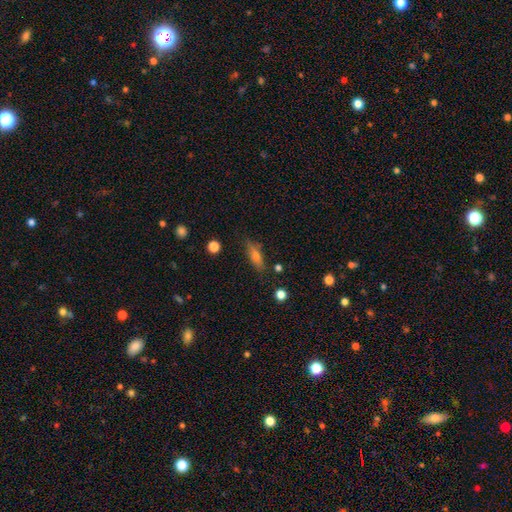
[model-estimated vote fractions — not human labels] Q: Smooth or featured?
A: smooth (62%); runner-up: featured or disk (25%)
Q: How rounded?
A: cigar-shaped (51%); runner-up: in between (45%)
Q: Merging?
A: none (80%); runner-up: minor disturbance (14%)